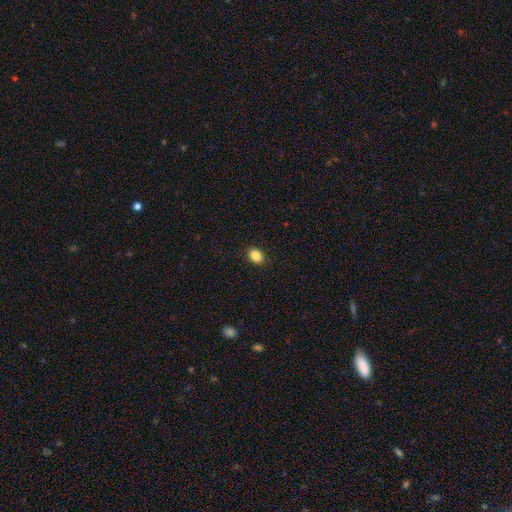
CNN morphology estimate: type=smooth (87%); roundness=in between (74%); merging=none (89%).